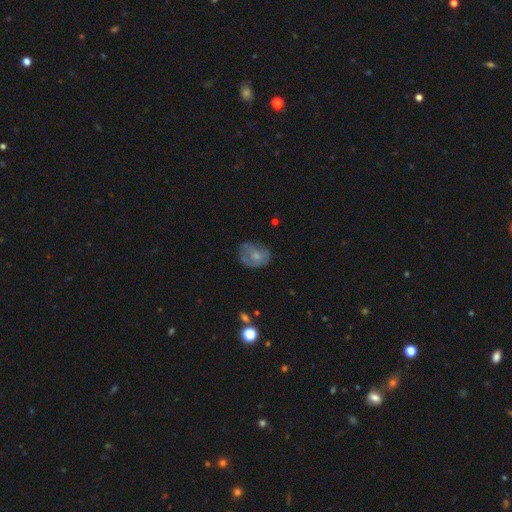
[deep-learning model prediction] Smooth or featured?
  - smooth: 52% *
  - featured or disk: 38%
  - star or artifact: 10%
How rounded?
  - in between: 57% *
  - round: 42%
  - cigar-shaped: 1%
Merging?
  - none: 51% *
  - minor disturbance: 29%
  - major disturbance: 18%
  - merger: 2%